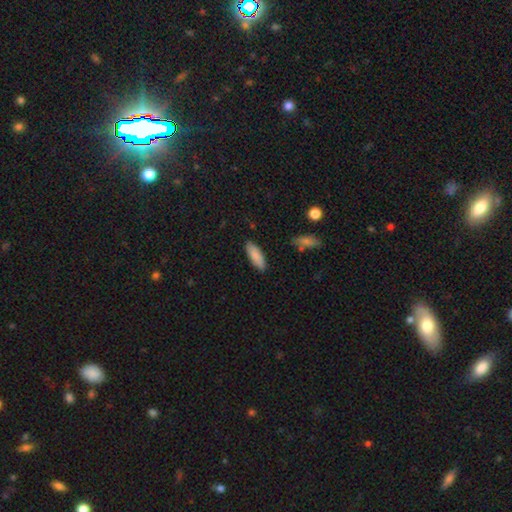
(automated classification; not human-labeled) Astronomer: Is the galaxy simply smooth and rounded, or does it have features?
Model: smooth — 87%.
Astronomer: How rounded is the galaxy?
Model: in between — 64%.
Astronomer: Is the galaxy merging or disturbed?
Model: none — 87%.